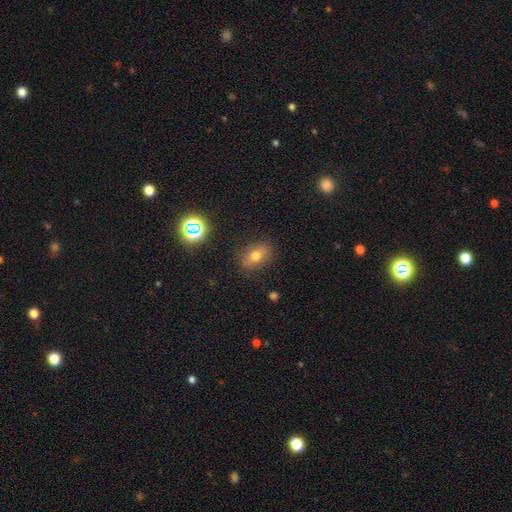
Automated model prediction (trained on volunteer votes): This is likely a smooth galaxy (63%). How rounded: likely in between (76%). Merging: clearly none (85%).